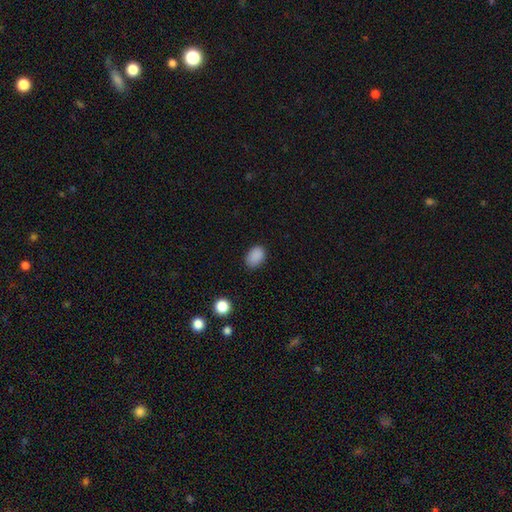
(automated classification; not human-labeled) A smooth galaxy with no disk features (87%) that is in between round and cigar-shaped (81%).

Vote fractions:
- Smooth or featured? smooth: 87% / star or artifact: 10% / featured or disk: 3%
- How rounded? in between: 81% / round: 18% / cigar-shaped: 1%
- Merging? none: 80% / minor disturbance: 16% / major disturbance: 3% / merger: 1%